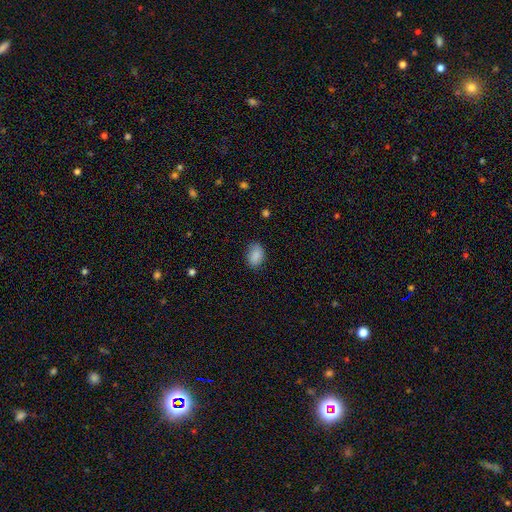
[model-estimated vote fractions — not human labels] Smooth or featured? Predicted: smooth (p=0.88). How rounded? Predicted: in between (p=0.80). Merging? Predicted: none (p=0.79).